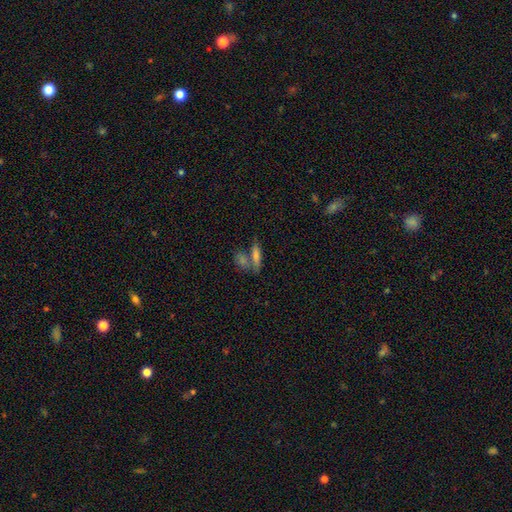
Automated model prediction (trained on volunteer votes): Smooth or featured: smooth — 71% (featured or disk — 19%)
How rounded: cigar-shaped — 55% (in between — 40%)
Merging: none — 48% (merger — 37%)